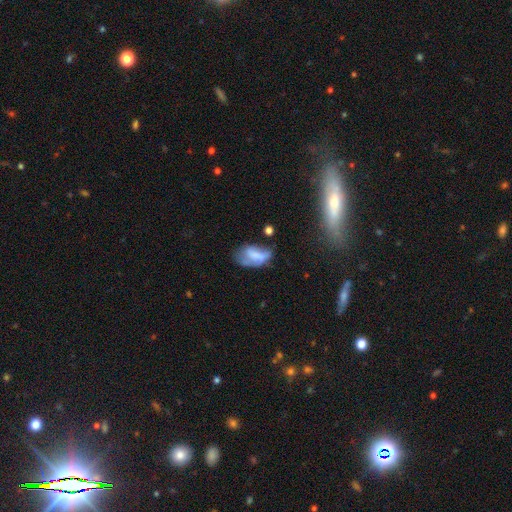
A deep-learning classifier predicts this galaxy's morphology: This is possibly a smooth galaxy (58%). How rounded: clearly in between (90%). Merging: marginally minor disturbance (33%).